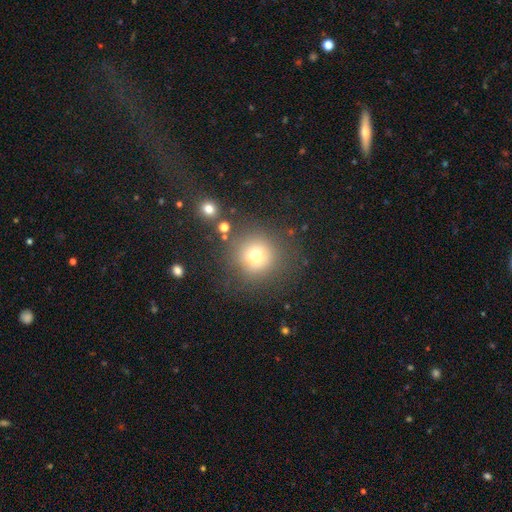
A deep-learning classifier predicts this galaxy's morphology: Smooth or featured? Predicted: smooth (p=0.70). How rounded? Predicted: round (p=0.92). Merging? Predicted: none (p=0.78).